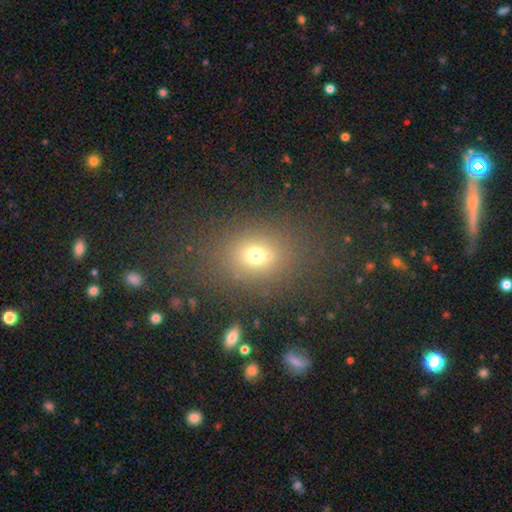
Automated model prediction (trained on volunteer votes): Smooth or featured? smooth (69%)
How rounded? round (52%)
Merging? none (73%)